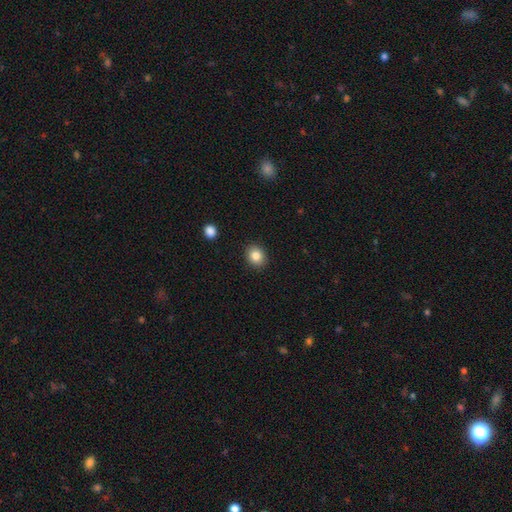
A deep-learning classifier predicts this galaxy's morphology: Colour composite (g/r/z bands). It shows a smooth galaxy with no disk features (85%) that is round (59%). Merging: none (89%).